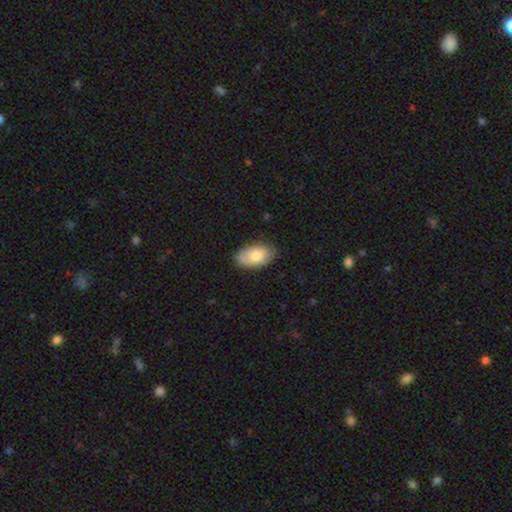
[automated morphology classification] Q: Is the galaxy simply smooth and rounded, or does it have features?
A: smooth — 78%.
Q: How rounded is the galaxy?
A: in between — 94%.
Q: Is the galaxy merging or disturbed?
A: none — 80%.